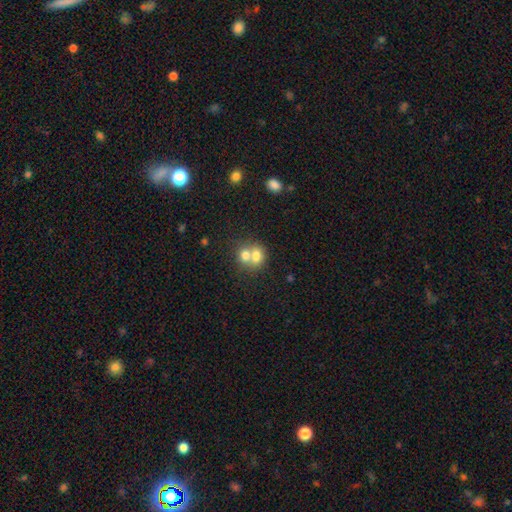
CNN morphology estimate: smooth-or-featured: smooth: 72% | featured or disk: 18% | star or artifact: 10%
  how-rounded: round: 58% | in between: 41% | cigar-shaped: 1%
  merging: merger: 69% | none: 23% | minor disturbance: 5% | major disturbance: 3%